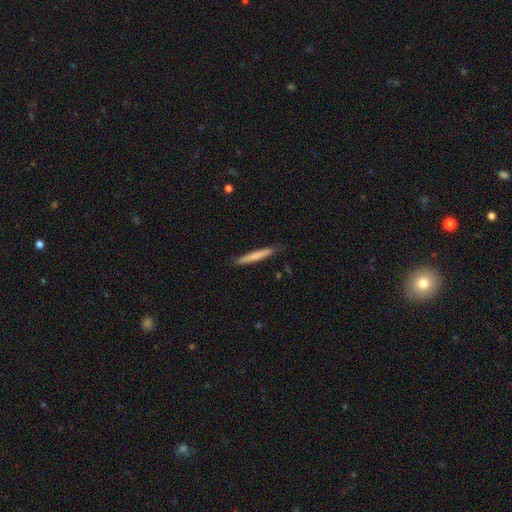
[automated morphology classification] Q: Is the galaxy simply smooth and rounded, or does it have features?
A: smooth — 74%.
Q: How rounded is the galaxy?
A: cigar-shaped — 96%.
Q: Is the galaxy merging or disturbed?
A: none — 86%.